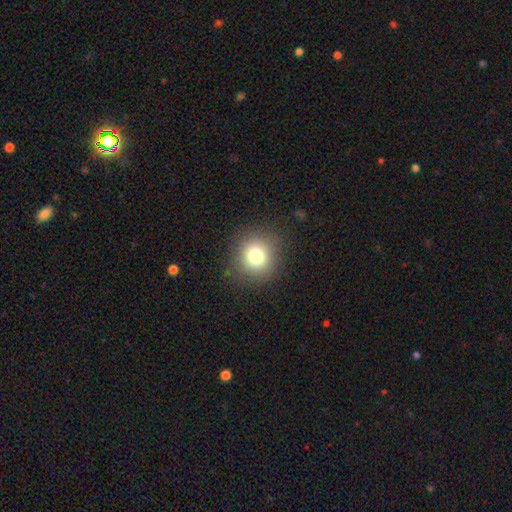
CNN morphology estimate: A smooth galaxy with no disk features (78%) that is round (90%). Merging: none (88%).